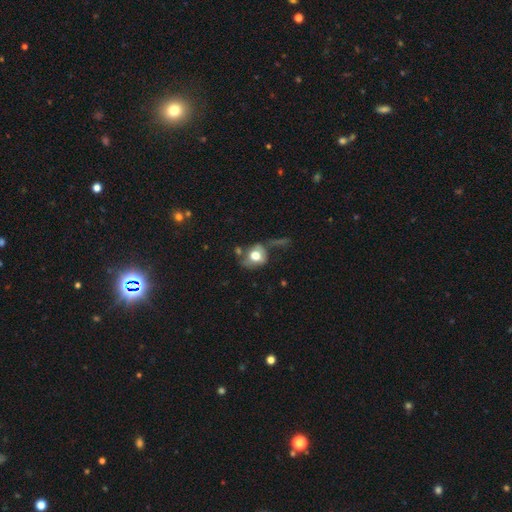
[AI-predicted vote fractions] Smooth or featured? smooth (61%)
How rounded? round (54%)
Merging? none (45%)